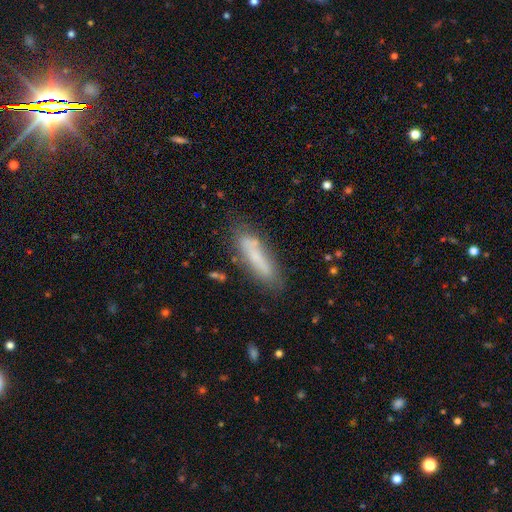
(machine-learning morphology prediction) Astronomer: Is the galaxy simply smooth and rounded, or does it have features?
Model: smooth — 65%.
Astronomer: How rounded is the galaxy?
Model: cigar-shaped — 72%.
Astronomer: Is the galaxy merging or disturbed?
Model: none — 73%.